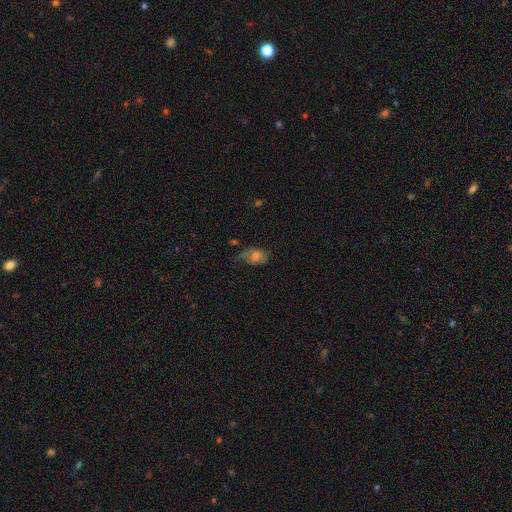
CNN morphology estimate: A smooth galaxy with no disk features (51%) that is in between round and cigar-shaped (79%).

Vote fractions:
- Smooth or featured? smooth: 51% / featured or disk: 34% / star or artifact: 15%
- How rounded? in between: 79% / round: 19% / cigar-shaped: 2%
- Merging? none: 46% / minor disturbance: 31% / major disturbance: 20% / merger: 3%